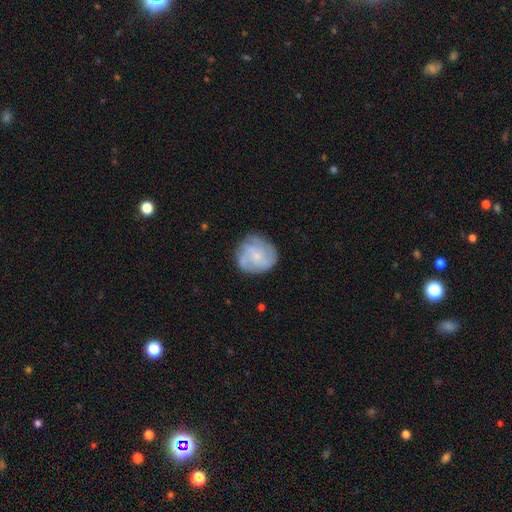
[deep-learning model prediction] The model was most divided on "spiral arm count": 3: 31%, can't tell: 28%, 4: 17%, 2: 12%, more than 4: 6%, 1: 6%. Remaining: edge-on disk — no (98%); spiral arms — yes (89%); merging — none (75%); bar — no (74%); bulge size — small (68%); smooth or featured — featured or disk (65%); spiral winding — tight (47%).